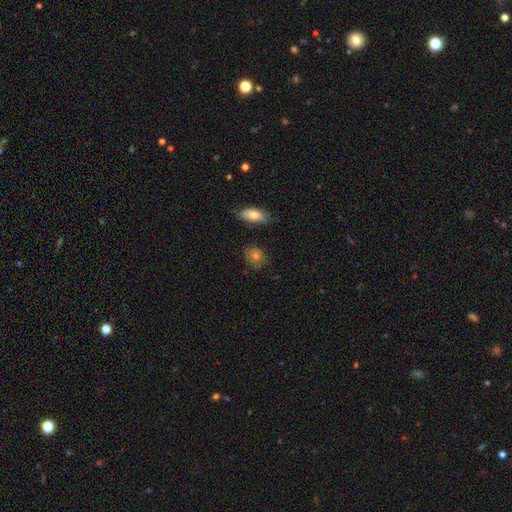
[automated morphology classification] This is likely a smooth galaxy (74%). How rounded: likely round (62%). Merging: likely none (76%).